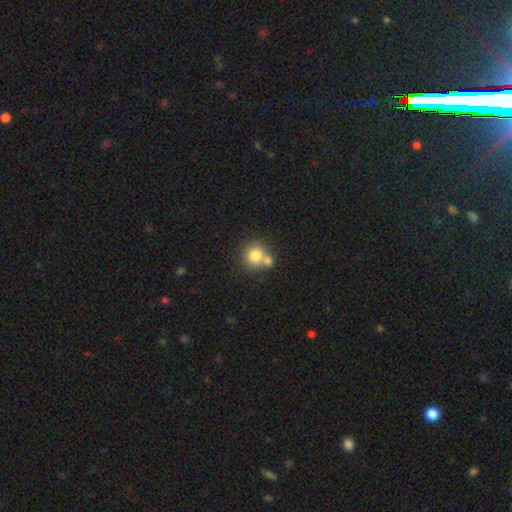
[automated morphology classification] Smooth or featured? Predicted: smooth (p=0.79). How rounded? Predicted: round (p=0.87). Merging? Predicted: none (p=0.49).